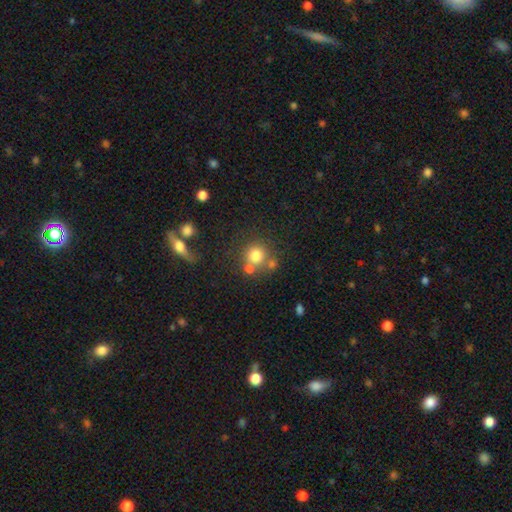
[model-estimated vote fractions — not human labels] A smooth galaxy with no disk features (76%) that is round (92%). Merging: none (62%).